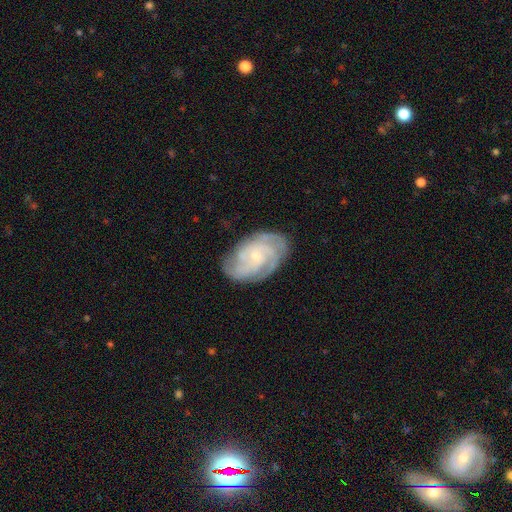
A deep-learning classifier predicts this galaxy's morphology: This appears to be a featured or disk galaxy (83%) with no bar (67%), 3 (31%) tight (62%) spiral arms (97%) and a small central bulge (76%). Merging: none (78%).